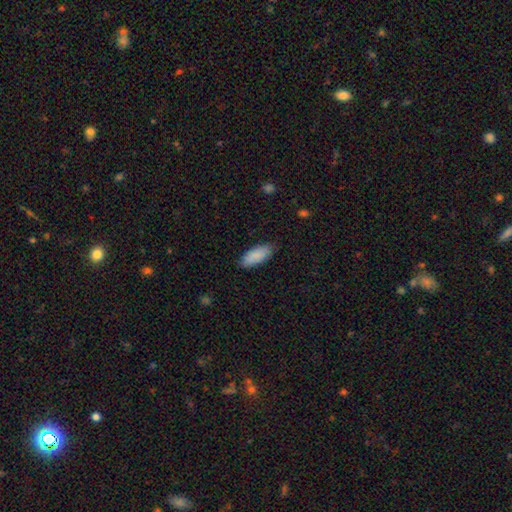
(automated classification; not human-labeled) The model was most divided on "how rounded": in between: 79%, cigar-shaped: 19%, round: 2%. More confident: smooth or featured — smooth (88%); merging — none (84%).